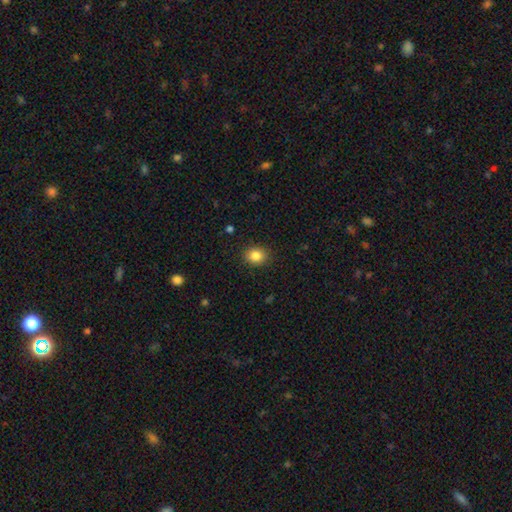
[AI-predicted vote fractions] smooth_or_featured: smooth (p=0.85) [alt: star or artifact p=0.10]
how_rounded: round (p=0.64) [alt: in between p=0.36]
merging: none (p=0.89) [alt: minor disturbance p=0.07]